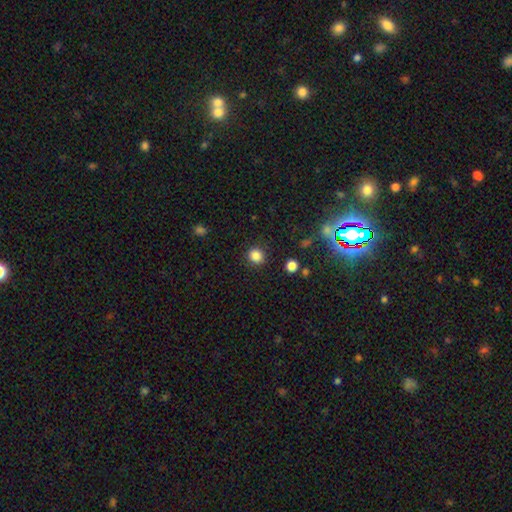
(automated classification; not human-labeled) A smooth galaxy with no disk features (85%) that is round (84%). Merging: none (89%).